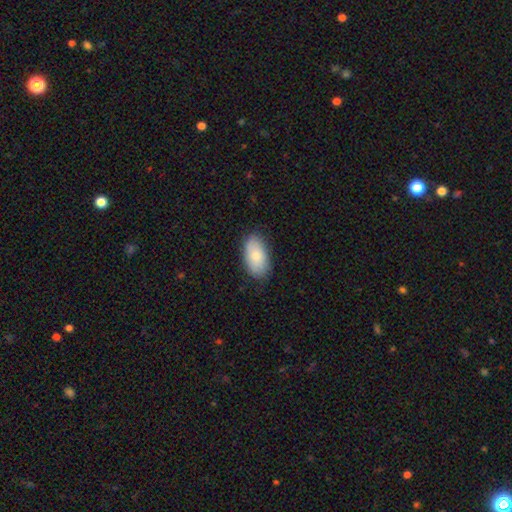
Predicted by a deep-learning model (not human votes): This appears to be a smooth galaxy with no disk features (79%) that is in between round and cigar-shaped (94%). Merging: none (82%).